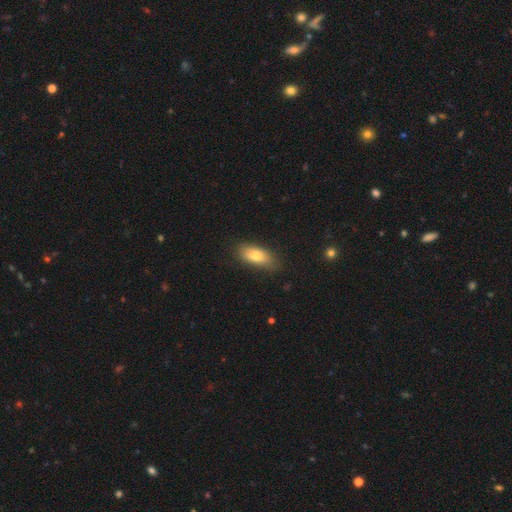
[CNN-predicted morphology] Q: Smooth or featured?
A: smooth (77%); runner-up: featured or disk (16%)
Q: How rounded?
A: in between (81%); runner-up: cigar-shaped (16%)
Q: Merging?
A: none (75%); runner-up: minor disturbance (19%)